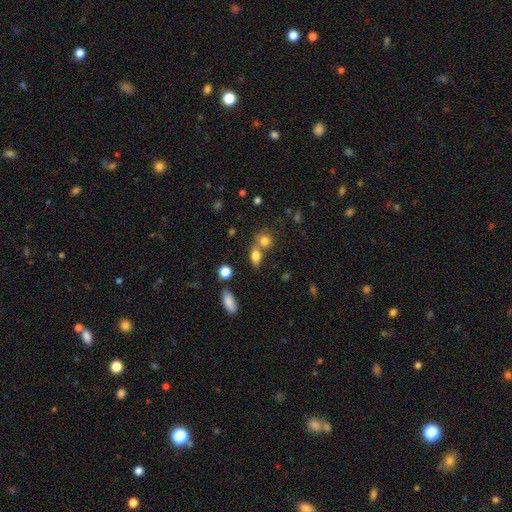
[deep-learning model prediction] The model was most divided on "merging": none: 48%, merger: 36%, minor disturbance: 11%, major disturbance: 5%. More confident: smooth or featured — smooth (78%); how rounded — in between (65%).